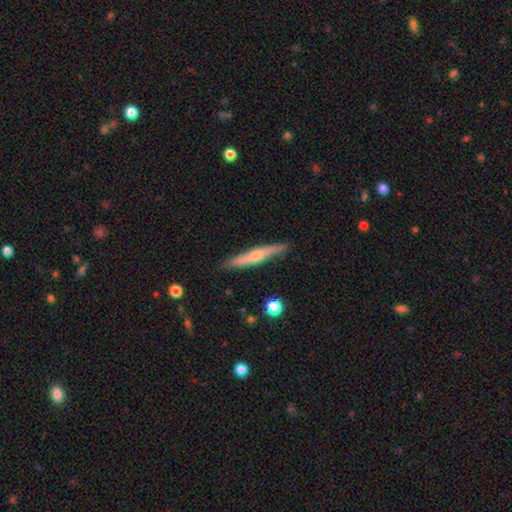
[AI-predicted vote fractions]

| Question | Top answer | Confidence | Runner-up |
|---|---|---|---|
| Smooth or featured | featured or disk | 56% | smooth (38%) |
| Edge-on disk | yes | 94% | no (6%) |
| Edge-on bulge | rounded | 76% | none (18%) |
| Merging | none | 87% | minor disturbance (10%) |